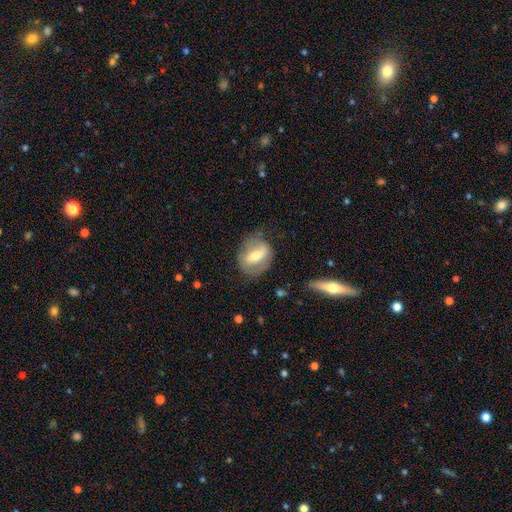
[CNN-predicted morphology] A featured or disk galaxy (52%).

Vote fractions:
- Smooth or featured? featured or disk: 52% / smooth: 41% / star or artifact: 7%
- Edge-on disk? no: 89% / yes: 11%
- Merging? none: 64% / minor disturbance: 22% / major disturbance: 12% / merger: 2%